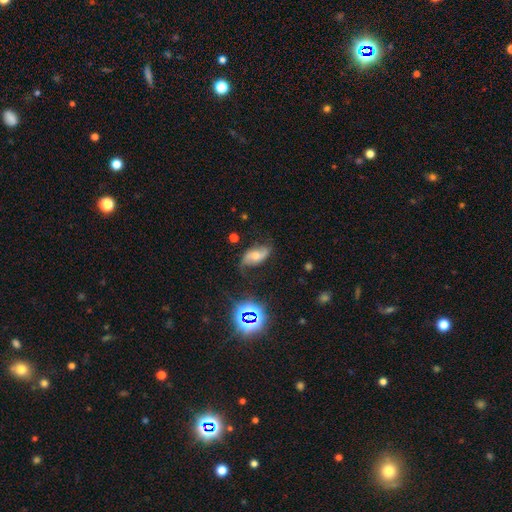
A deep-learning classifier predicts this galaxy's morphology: smooth_or_featured: featured or disk (p=0.68) [alt: smooth p=0.19]
disk_edge_on: no (p=0.93) [alt: yes p=0.07]
bar: no (p=0.62) [alt: weak p=0.27]
has_spiral_arms: yes (p=0.89) [alt: no p=0.11]
spiral_winding: loose (p=0.69) [alt: medium p=0.23]
spiral_arm_count: 2 (p=0.88) [alt: can't tell p=0.05]
bulge_size: moderate (p=0.66) [alt: small p=0.25]
merging: none (p=0.69) [alt: minor disturbance p=0.21]